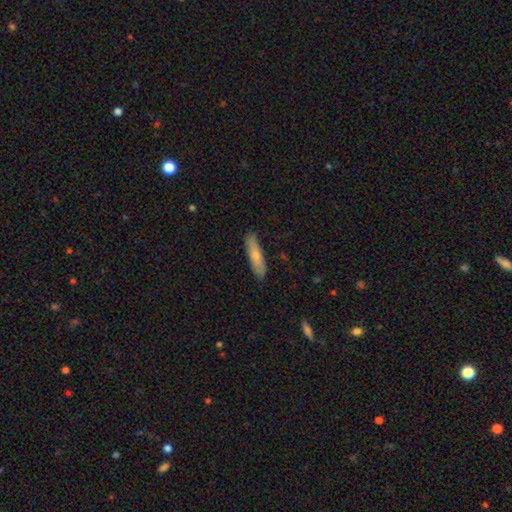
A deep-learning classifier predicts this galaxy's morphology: Smooth or featured?
  - smooth: 70% *
  - featured or disk: 25%
  - star or artifact: 6%
How rounded?
  - cigar-shaped: 75% *
  - in between: 24%
  - round: 2%
Merging?
  - none: 85% *
  - minor disturbance: 12%
  - major disturbance: 2%
  - merger: 1%